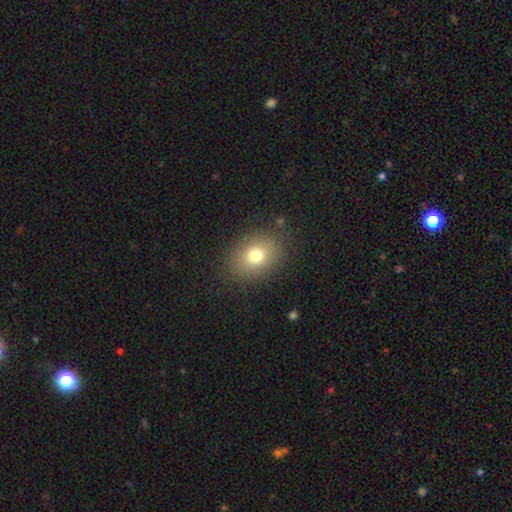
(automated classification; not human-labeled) Overall: smooth (75%). How rounded: in between (57%; round 42%). Merging: none (85%).